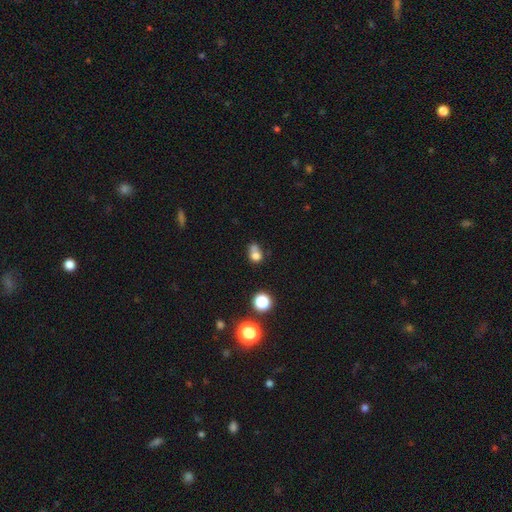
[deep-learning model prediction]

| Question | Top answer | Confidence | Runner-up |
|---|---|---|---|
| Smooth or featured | smooth | 73% | star or artifact (15%) |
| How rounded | round | 60% | in between (39%) |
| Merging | merger | 36% | none (35%) |